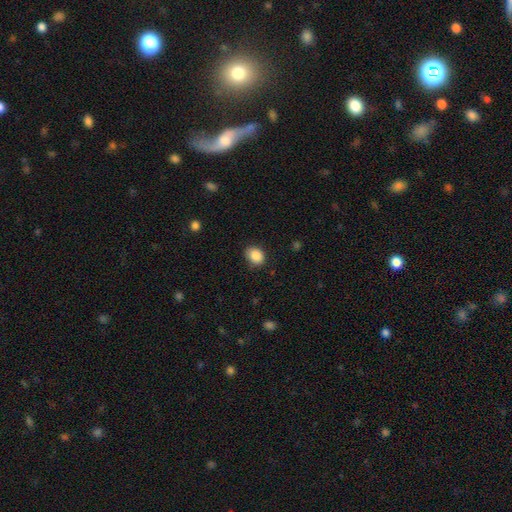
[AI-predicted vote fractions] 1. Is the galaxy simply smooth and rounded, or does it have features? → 88% smooth, 8% star or artifact, 3% featured or disk.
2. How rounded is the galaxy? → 58% in between, 41% round, 1% cigar-shaped.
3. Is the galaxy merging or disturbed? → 80% none, 15% minor disturbance, 3% major disturbance, 1% merger.